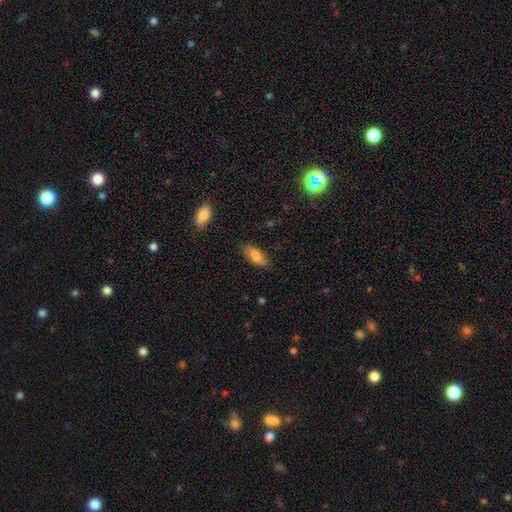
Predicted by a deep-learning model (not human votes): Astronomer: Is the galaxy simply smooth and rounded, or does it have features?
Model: smooth — 76%.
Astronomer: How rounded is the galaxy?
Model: in between — 85%.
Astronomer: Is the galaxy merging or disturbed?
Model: none — 81%.